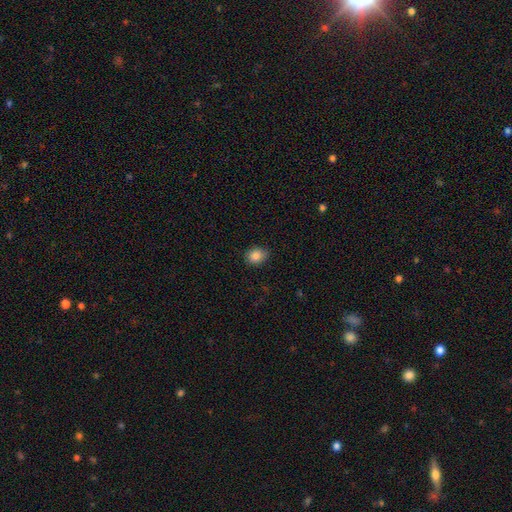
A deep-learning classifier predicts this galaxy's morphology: This is clearly a smooth galaxy (86%). How rounded: possibly round (52%). Merging: likely none (80%).